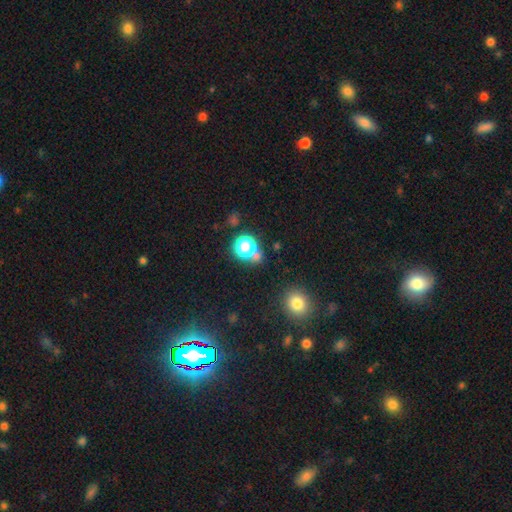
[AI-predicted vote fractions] The model was most divided on "smooth or featured": smooth: 52%, star or artifact: 40%, featured or disk: 8%. More confident: how rounded — round (81%); merging — none (66%).